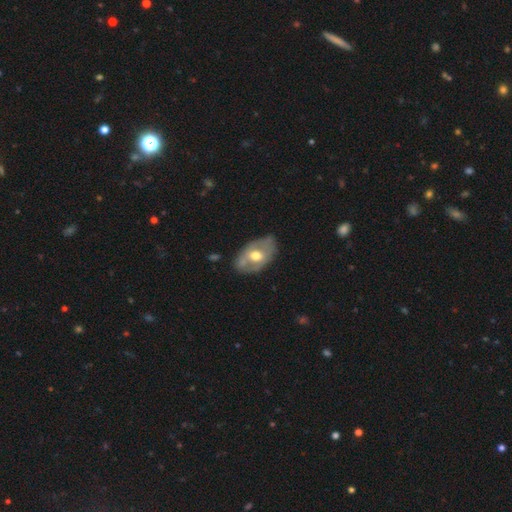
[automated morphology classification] A featured or disk galaxy (56%) with no bar (71%), no spiral arms (75%) and a moderate central bulge (75%). Merging: none (65%).